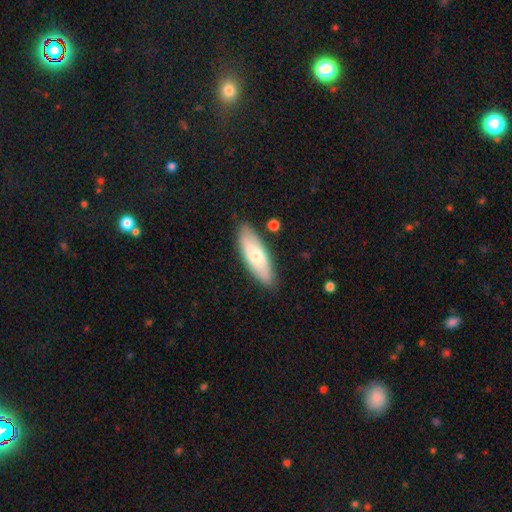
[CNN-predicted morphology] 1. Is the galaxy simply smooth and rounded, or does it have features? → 62% smooth, 32% featured or disk, 6% star or artifact.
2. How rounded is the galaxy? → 63% in between, 35% cigar-shaped, 2% round.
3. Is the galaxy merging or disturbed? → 85% none, 11% minor disturbance, 2% major disturbance, 2% merger.